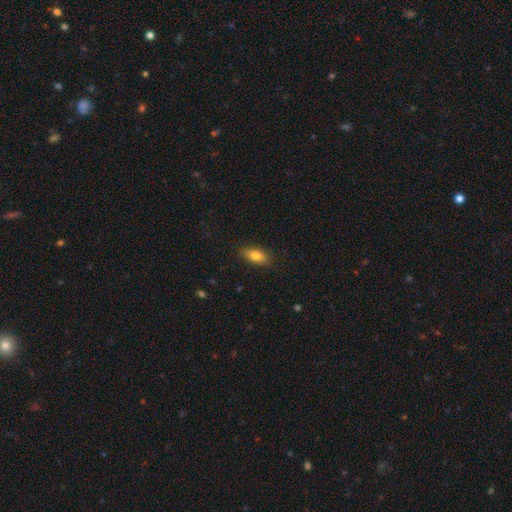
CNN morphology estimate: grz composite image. It shows a smooth galaxy with no disk features (80%) that is in between round and cigar-shaped (82%). Merging: none (86%).